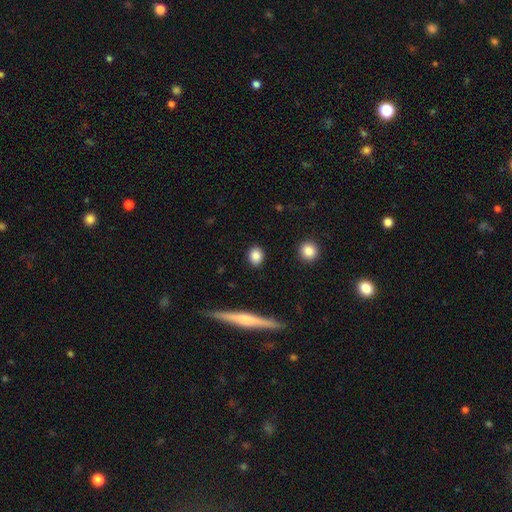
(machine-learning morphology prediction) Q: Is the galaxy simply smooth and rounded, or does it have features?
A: smooth — 86%.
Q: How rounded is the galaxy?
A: round — 59%.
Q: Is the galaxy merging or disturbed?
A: none — 89%.